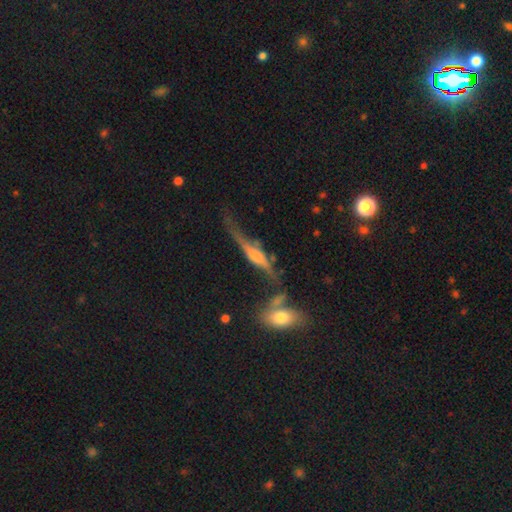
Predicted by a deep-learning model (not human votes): Smooth or featured?
  - featured or disk: 69% *
  - smooth: 23%
  - star or artifact: 8%
Edge-on disk?
  - yes: 83% *
  - no: 17%
Edge-on bulge?
  - rounded: 73% *
  - boxy: 18%
  - none: 9%
Merging?
  - none: 41% *
  - minor disturbance: 25%
  - major disturbance: 19%
  - merger: 15%